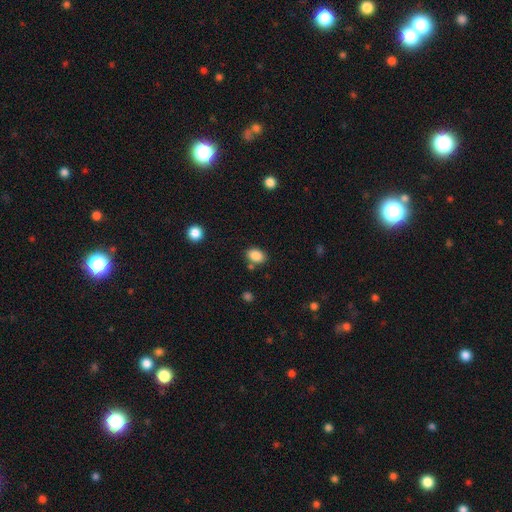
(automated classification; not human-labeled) This appears to be a smooth galaxy with no disk features (87%) that is in between round and cigar-shaped (79%). Merging: none (75%).